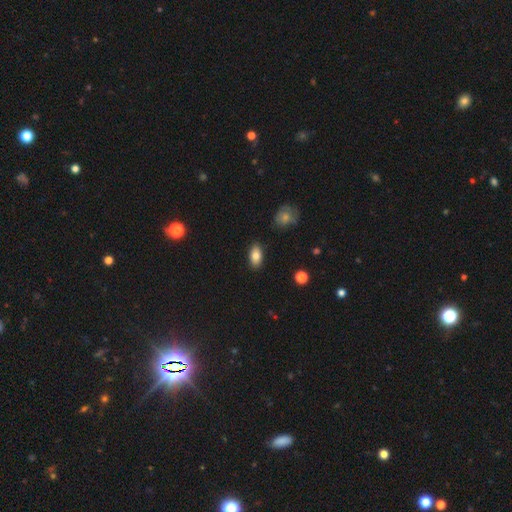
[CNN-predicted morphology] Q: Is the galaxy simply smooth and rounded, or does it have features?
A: smooth — 81%.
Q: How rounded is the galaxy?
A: in between — 91%.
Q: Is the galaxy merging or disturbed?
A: none — 87%.